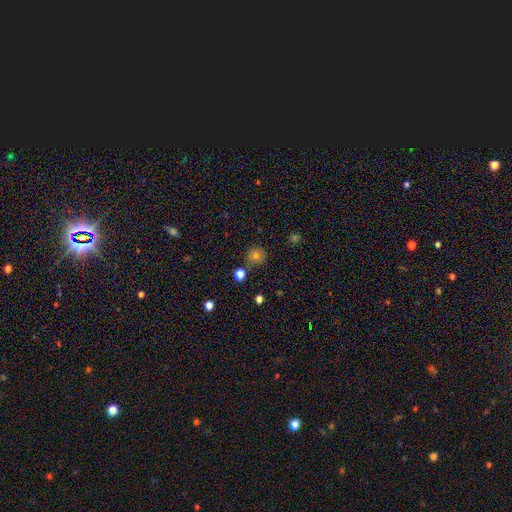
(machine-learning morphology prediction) Q: Smooth or featured?
A: smooth (70%); runner-up: star or artifact (21%)
Q: How rounded?
A: round (88%); runner-up: in between (11%)
Q: Merging?
A: none (75%); runner-up: minor disturbance (14%)